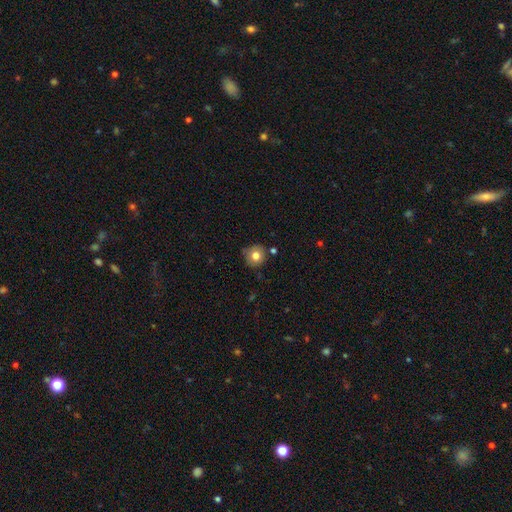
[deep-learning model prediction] smooth-or-featured: smooth: 77% | featured or disk: 12% | star or artifact: 11%
  how-rounded: round: 91% | in between: 8% | cigar-shaped: 1%
  merging: none: 77% | minor disturbance: 15% | merger: 5% | major disturbance: 3%